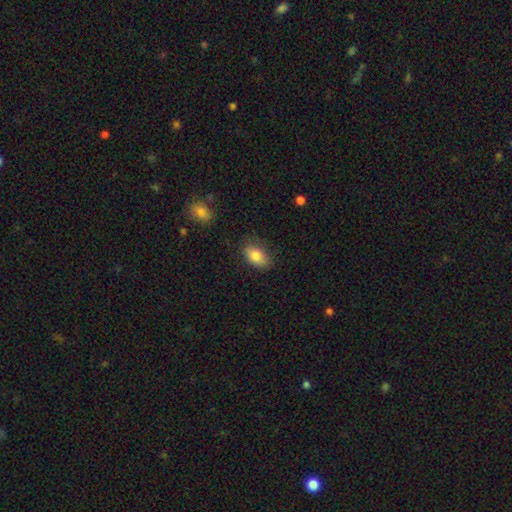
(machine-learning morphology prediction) The model was most divided on "merging": none: 80%, minor disturbance: 15%, major disturbance: 3%, merger: 1%. More confident: how rounded — in between (89%); smooth or featured — smooth (83%).